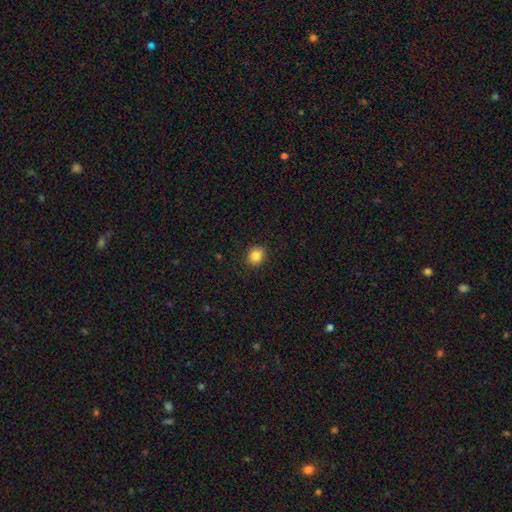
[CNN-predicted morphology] Smooth or featured: smooth — 84% (star or artifact — 10%)
How rounded: round — 75% (in between — 24%)
Merging: none — 88% (minor disturbance — 8%)